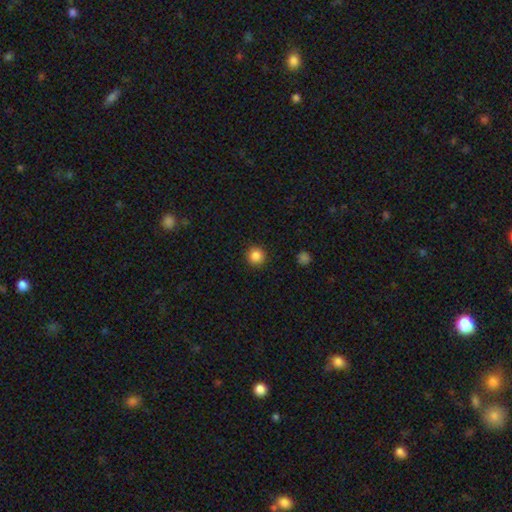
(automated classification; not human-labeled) Overall: smooth (86%). How rounded: round (95%). Merging: none (92%).